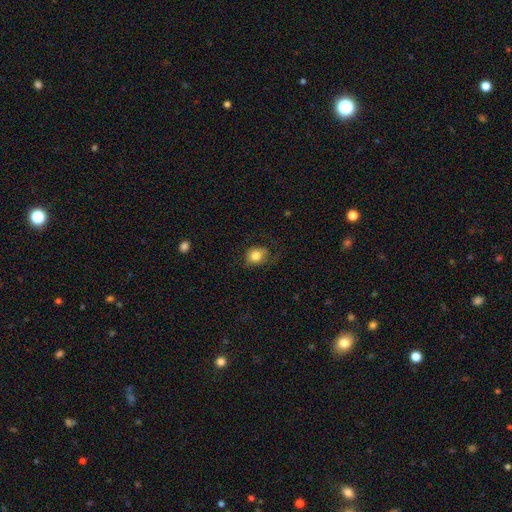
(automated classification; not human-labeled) smooth-or-featured: smooth: 83% | featured or disk: 9% | star or artifact: 9%
  how-rounded: round: 55% | in between: 44% | cigar-shaped: 1%
  merging: none: 62% | minor disturbance: 24% | major disturbance: 12% | merger: 1%